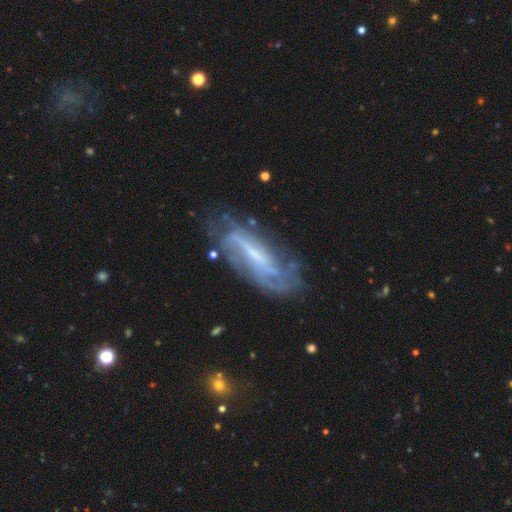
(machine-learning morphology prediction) Smooth or featured? Predicted: featured or disk (p=0.76). Edge-on disk? Predicted: no (p=0.80). Bar? Predicted: weak (p=0.39). Spiral arms? Predicted: yes (p=0.82). Bulge size? Predicted: small (p=0.48). Merging? Predicted: none (p=0.62).